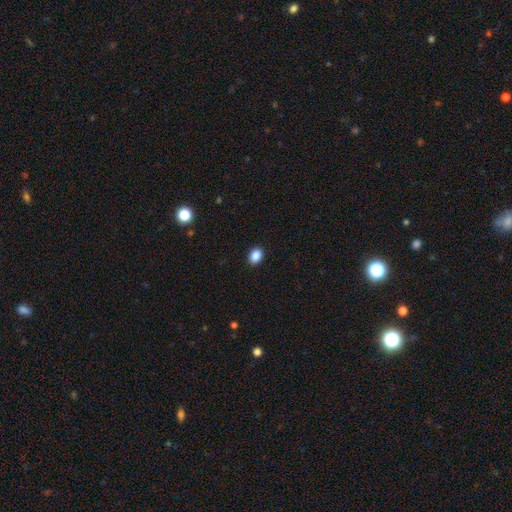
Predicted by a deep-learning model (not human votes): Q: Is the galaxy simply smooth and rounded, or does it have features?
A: smooth — 88%.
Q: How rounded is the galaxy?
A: in between — 63%.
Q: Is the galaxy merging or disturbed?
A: none — 90%.